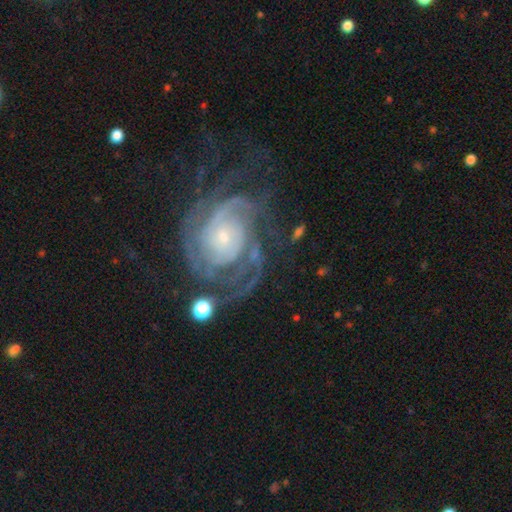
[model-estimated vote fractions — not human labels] smooth-or-featured: featured or disk: 87% | star or artifact: 7% | smooth: 7%
  disk-edge-on: no: 97% | yes: 3%
    bar: no: 74% | weak: 20% | strong: 5%
    has-spiral-arms: yes: 95% | no: 5%
      spiral-winding: tight: 62% | medium: 30% | loose: 9%
      spiral-arm-count: can't tell: 29% | 2: 20% | 3: 19% | 4: 15% | more than 4: 9% | 1: 8%
    bulge-size: small: 72% | moderate: 21% | large: 3% | none: 2% | dominant: 1%
  merging: none: 57% | major disturbance: 20% | minor disturbance: 19% | merger: 4%